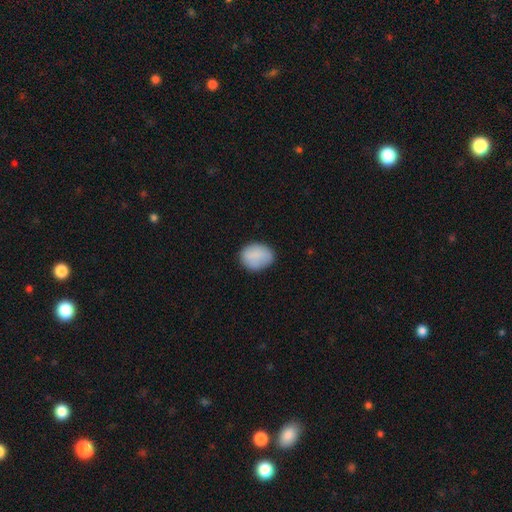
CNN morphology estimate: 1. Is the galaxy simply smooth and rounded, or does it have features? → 85% smooth, 8% featured or disk, 7% star or artifact.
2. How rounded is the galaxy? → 51% in between, 48% round, 1% cigar-shaped.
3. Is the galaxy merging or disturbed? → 75% none, 19% minor disturbance, 4% major disturbance, 1% merger.